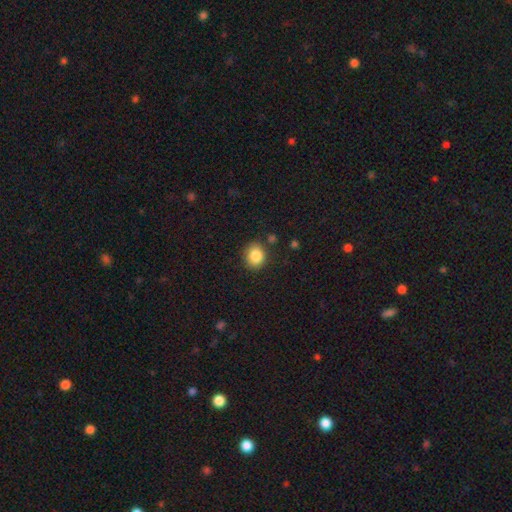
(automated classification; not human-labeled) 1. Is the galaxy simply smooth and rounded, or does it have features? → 85% smooth, 9% star or artifact, 6% featured or disk.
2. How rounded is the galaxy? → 72% round, 28% in between, 1% cigar-shaped.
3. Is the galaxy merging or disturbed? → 85% none, 10% minor disturbance, 3% merger, 3% major disturbance.